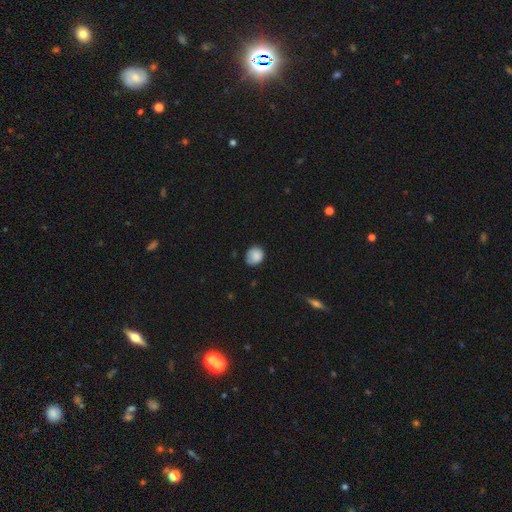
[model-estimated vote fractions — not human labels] smooth 83%, featured or disk 9%, star or artifact 8%. Down the decision tree: how rounded — round (72%); merging — none (66%).